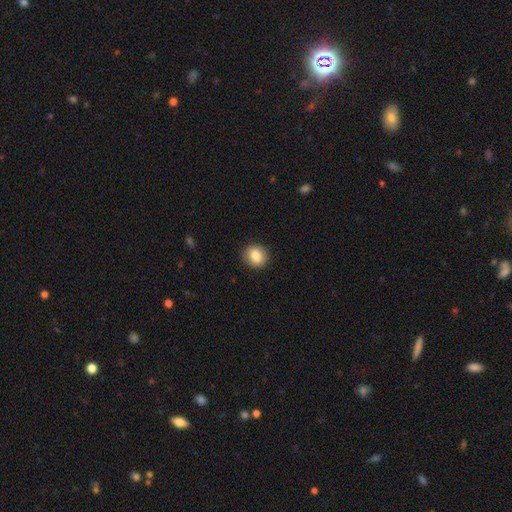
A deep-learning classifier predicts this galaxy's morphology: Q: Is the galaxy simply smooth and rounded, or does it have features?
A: smooth — 84%.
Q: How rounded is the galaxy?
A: round — 75%.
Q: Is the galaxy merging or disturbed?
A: none — 90%.